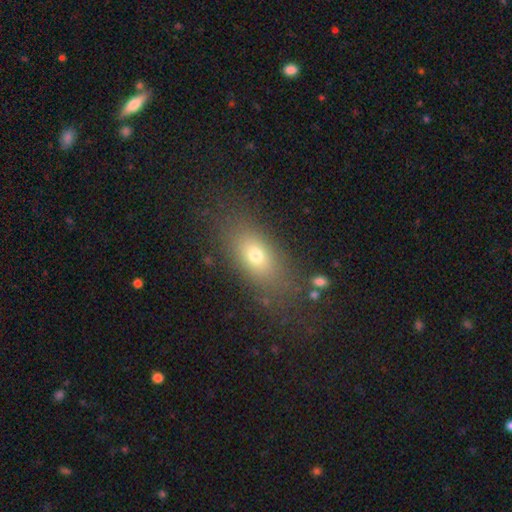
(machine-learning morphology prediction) smooth-or-featured: smooth: 69% | featured or disk: 17% | star or artifact: 14%
  how-rounded: in between: 74% | cigar-shaped: 13% | round: 13%
  merging: none: 77% | minor disturbance: 13% | major disturbance: 7% | merger: 3%